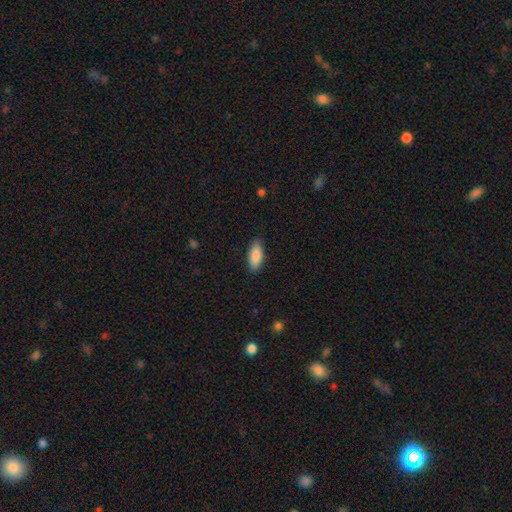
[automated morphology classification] Smooth or featured? smooth (87%)
How rounded? in between (77%)
Merging? none (88%)